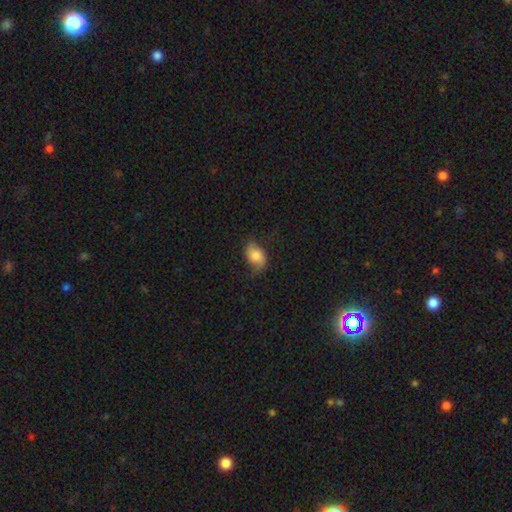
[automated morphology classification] A smooth galaxy with no disk features (70%) that is in between round and cigar-shaped (85%).

Vote fractions:
- Smooth or featured? smooth: 70% / featured or disk: 22% / star or artifact: 8%
- How rounded? in between: 85% / round: 14% / cigar-shaped: 2%
- Merging? none: 61% / minor disturbance: 27% / major disturbance: 11% / merger: 1%